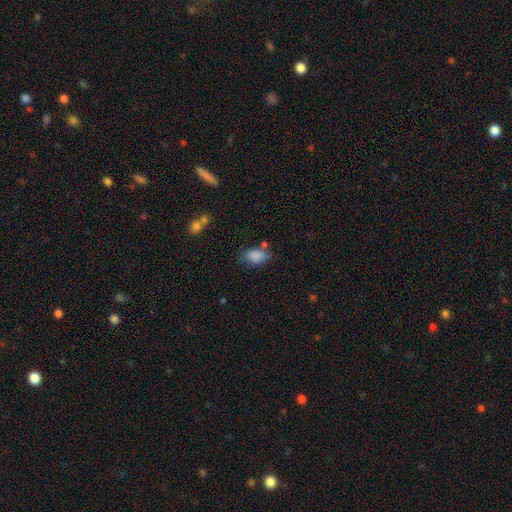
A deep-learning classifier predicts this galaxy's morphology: Q: Smooth or featured?
A: smooth (84%); runner-up: star or artifact (9%)
Q: How rounded?
A: in between (85%); runner-up: round (13%)
Q: Merging?
A: none (57%); runner-up: minor disturbance (25%)